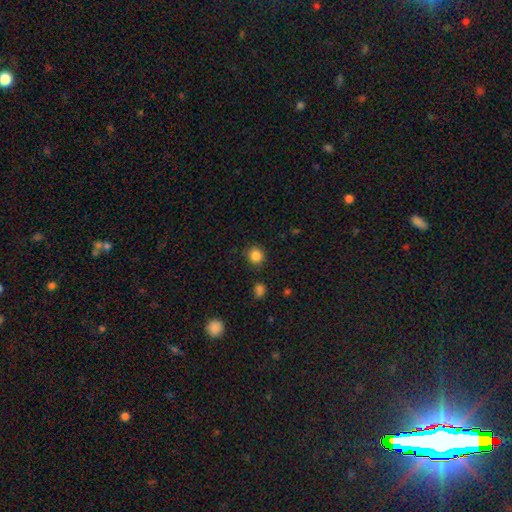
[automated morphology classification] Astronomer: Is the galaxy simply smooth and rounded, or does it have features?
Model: smooth — 85%.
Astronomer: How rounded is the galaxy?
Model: round — 87%.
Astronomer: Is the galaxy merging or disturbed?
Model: none — 85%.